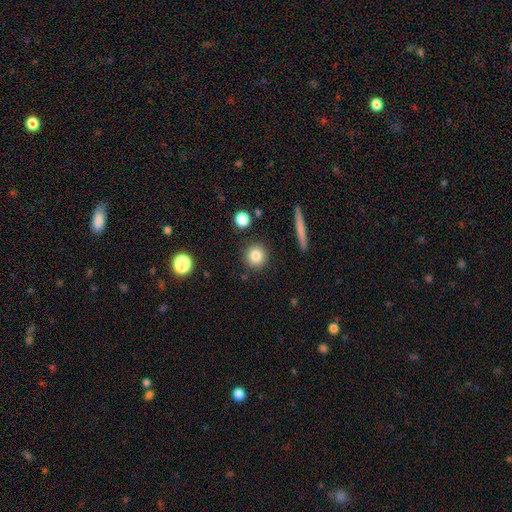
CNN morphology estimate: This is clearly a smooth galaxy (83%). How rounded: clearly round (91%). Merging: clearly none (88%).